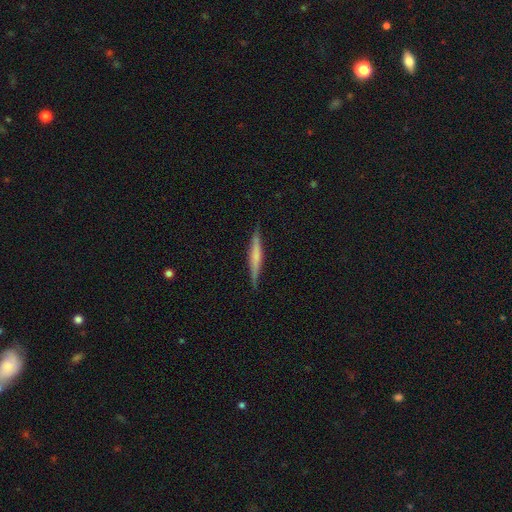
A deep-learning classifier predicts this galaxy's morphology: smooth-or-featured: featured or disk: 56% | smooth: 37% | star or artifact: 6%
  disk-edge-on: yes: 97% | no: 3%
    edge-on-bulge: rounded: 42% | none: 34% | boxy: 24%
  merging: none: 88% | minor disturbance: 9% | major disturbance: 2% | merger: 1%